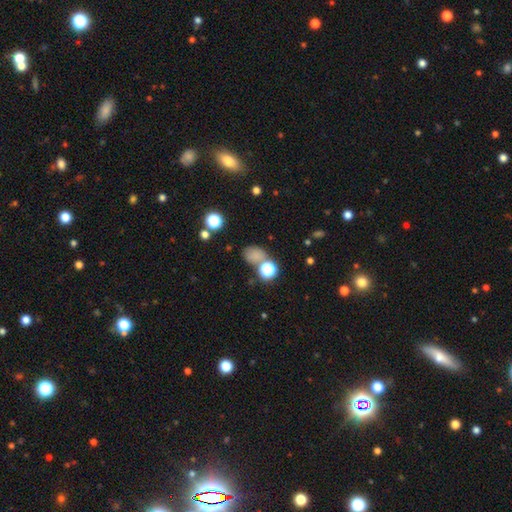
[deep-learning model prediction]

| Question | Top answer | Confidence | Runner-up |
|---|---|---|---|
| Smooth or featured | smooth | 69% | star or artifact (22%) |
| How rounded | in between | 58% | round (41%) |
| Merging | none | 53% | merger (21%) |